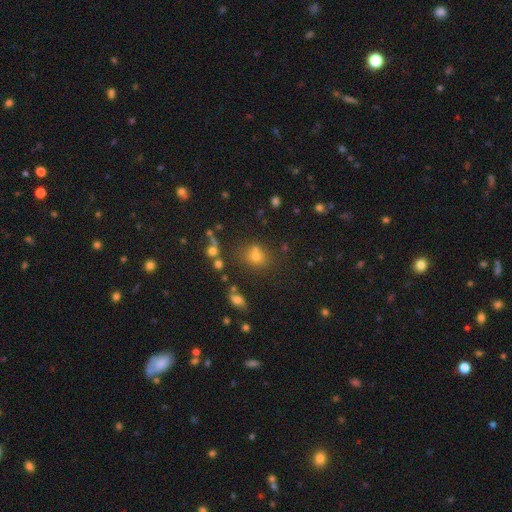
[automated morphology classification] A smooth galaxy with no disk features (62%) that is round (71%). Merging: none (61%).